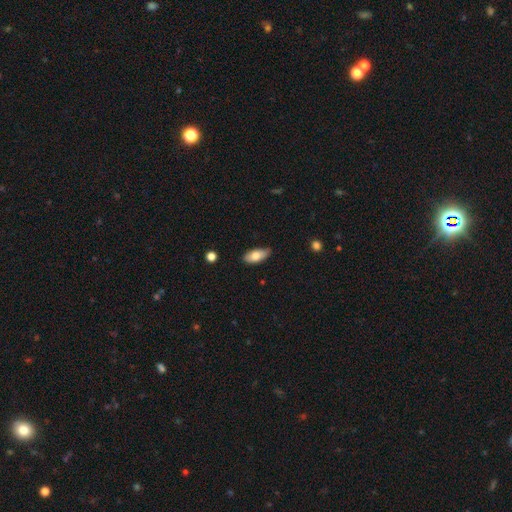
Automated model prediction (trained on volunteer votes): A smooth galaxy with no disk features (76%) that is in between round and cigar-shaped (85%).

Vote fractions:
- Smooth or featured? smooth: 76% / featured or disk: 18% / star or artifact: 6%
- How rounded? in between: 85% / cigar-shaped: 13% / round: 2%
- Merging? none: 79% / minor disturbance: 17% / major disturbance: 2% / merger: 1%